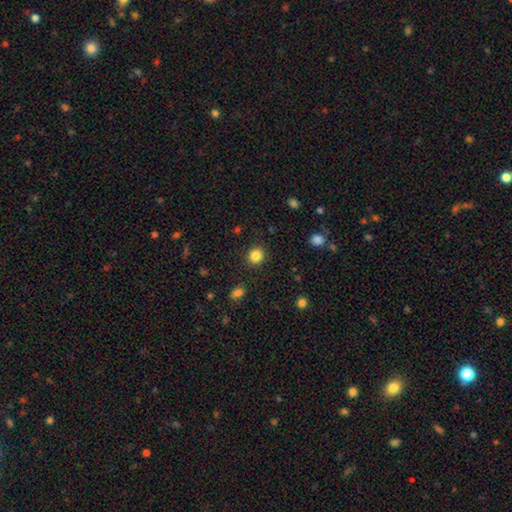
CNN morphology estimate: Smooth or featured? smooth (84%)
How rounded? round (89%)
Merging? none (90%)